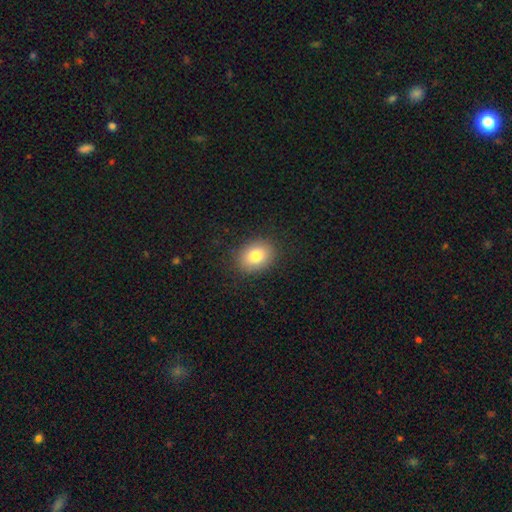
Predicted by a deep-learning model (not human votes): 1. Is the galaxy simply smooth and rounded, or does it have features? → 82% smooth, 9% featured or disk, 9% star or artifact.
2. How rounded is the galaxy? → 61% in between, 38% round, 1% cigar-shaped.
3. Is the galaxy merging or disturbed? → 88% none, 8% minor disturbance, 3% major disturbance, 1% merger.